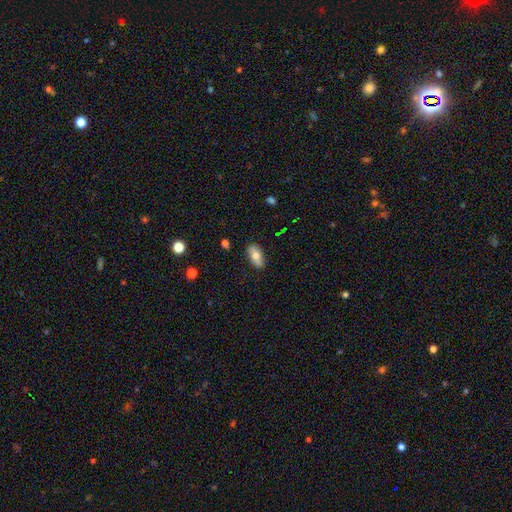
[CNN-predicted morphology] This appears to be a smooth galaxy with no disk features (67%) that is in between round and cigar-shaped (86%). Merging: none (86%).